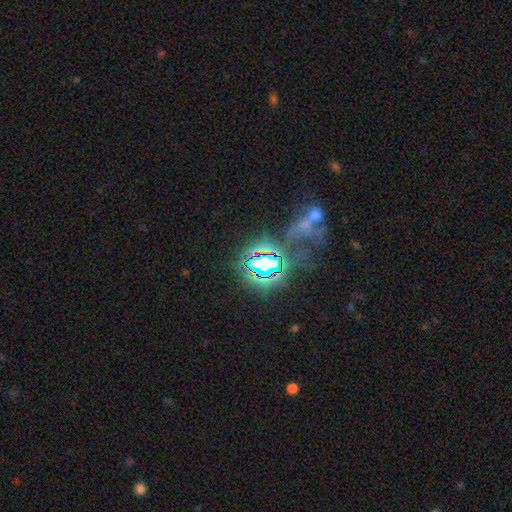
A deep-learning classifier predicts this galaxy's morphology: Smooth or featured?
  - star or artifact: 71% *
  - smooth: 16%
  - featured or disk: 12%